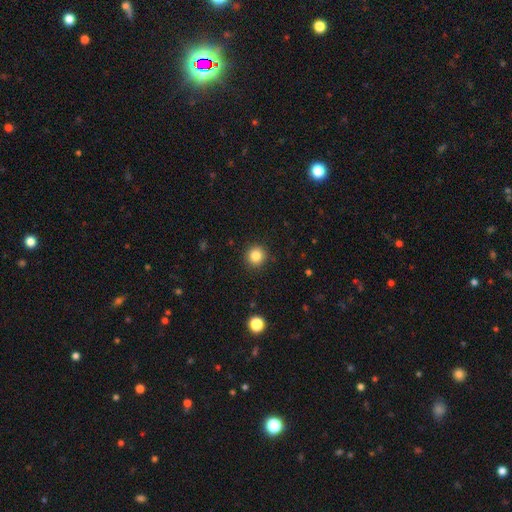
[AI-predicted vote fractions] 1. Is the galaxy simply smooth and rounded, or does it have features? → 84% smooth, 11% star or artifact, 5% featured or disk.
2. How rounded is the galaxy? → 93% round, 6% in between, 1% cigar-shaped.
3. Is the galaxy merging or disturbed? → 92% none, 5% minor disturbance, 2% major disturbance, 1% merger.